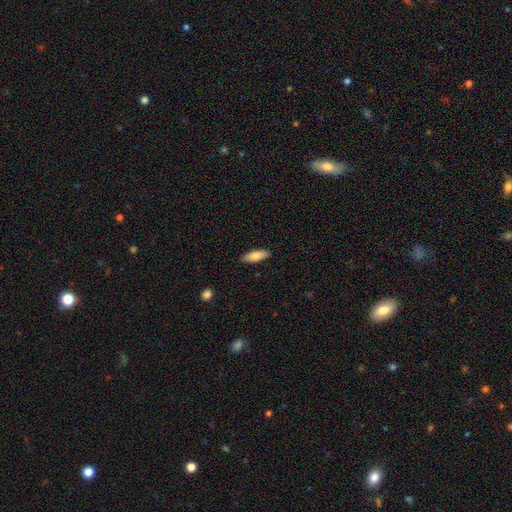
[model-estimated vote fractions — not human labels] A smooth galaxy with no disk features (78%) that is in between round and cigar-shaped (53%).

Vote fractions:
- Smooth or featured? smooth: 78% / featured or disk: 16% / star or artifact: 6%
- How rounded? in between: 53% / cigar-shaped: 45% / round: 2%
- Merging? none: 88% / minor disturbance: 9% / major disturbance: 2% / merger: 1%